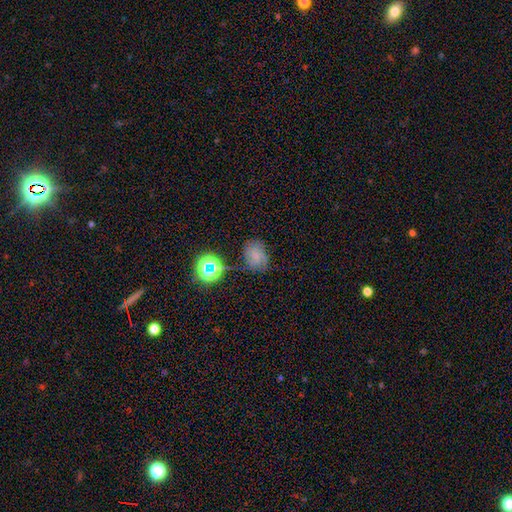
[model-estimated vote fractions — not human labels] This is possibly a smooth galaxy (53%). How rounded: possibly round (49%, tied with in between). Merging: possibly none (58%).